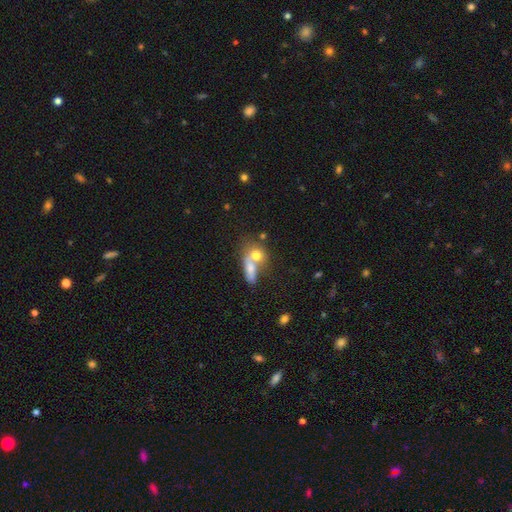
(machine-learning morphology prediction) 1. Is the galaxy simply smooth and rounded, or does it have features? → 70% smooth, 20% featured or disk, 9% star or artifact.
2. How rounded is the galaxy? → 52% round, 42% in between, 6% cigar-shaped.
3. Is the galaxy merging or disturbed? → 61% merger, 25% none, 8% minor disturbance, 6% major disturbance.